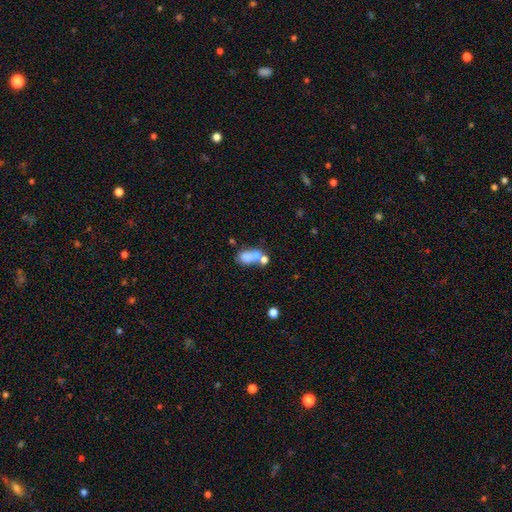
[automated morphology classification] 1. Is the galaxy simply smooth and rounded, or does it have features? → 66% smooth, 22% featured or disk, 12% star or artifact.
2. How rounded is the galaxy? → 72% in between, 24% round, 4% cigar-shaped.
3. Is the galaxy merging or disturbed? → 55% merger, 27% none, 10% minor disturbance, 8% major disturbance.